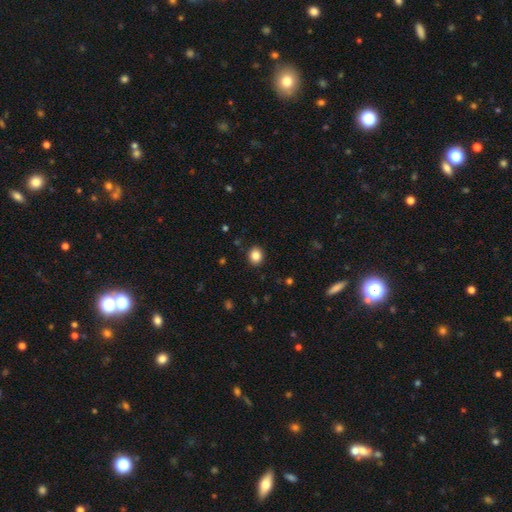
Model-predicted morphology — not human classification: Smooth or featured? smooth (85%)
How rounded? round (69%)
Merging? none (91%)